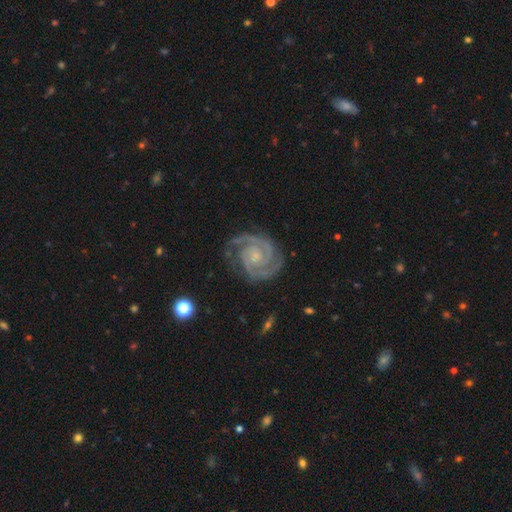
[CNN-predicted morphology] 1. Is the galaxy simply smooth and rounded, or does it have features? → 93% featured or disk, 4% star or artifact, 3% smooth.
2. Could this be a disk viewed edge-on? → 98% no, 2% yes.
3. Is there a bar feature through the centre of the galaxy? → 65% no, 26% weak, 8% strong.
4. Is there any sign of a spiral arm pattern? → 99% yes, 1% no.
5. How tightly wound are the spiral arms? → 72% tight, 25% medium, 3% loose.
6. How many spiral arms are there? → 85% 2, 8% 3, 2% can't tell, 2% 4, 2% 1, 2% more than 4.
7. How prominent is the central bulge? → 63% small, 22% moderate, 13% none, 2% large, 1% dominant.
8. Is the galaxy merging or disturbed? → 78% none, 16% minor disturbance, 5% major disturbance, 1% merger.